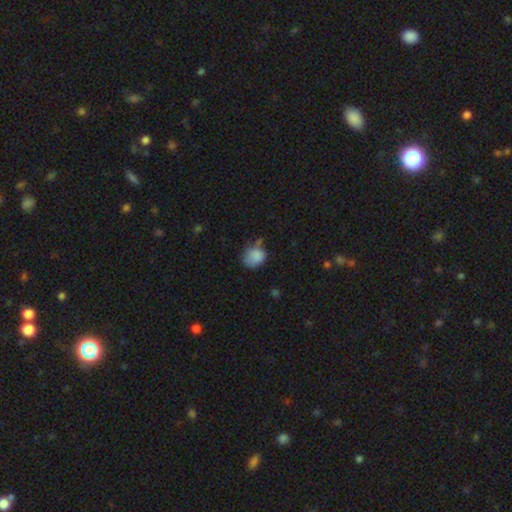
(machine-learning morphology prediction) Smooth or featured? smooth (83%)
How rounded? round (63%)
Merging? none (48%)